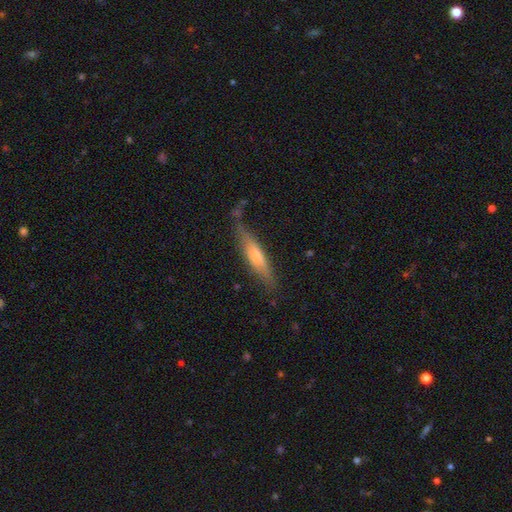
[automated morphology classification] Smooth or featured?
  - smooth: 50% *
  - featured or disk: 43%
  - star or artifact: 7%
How rounded?
  - cigar-shaped: 83% *
  - in between: 15%
  - round: 2%
Merging?
  - none: 71% *
  - minor disturbance: 19%
  - major disturbance: 6%
  - merger: 4%